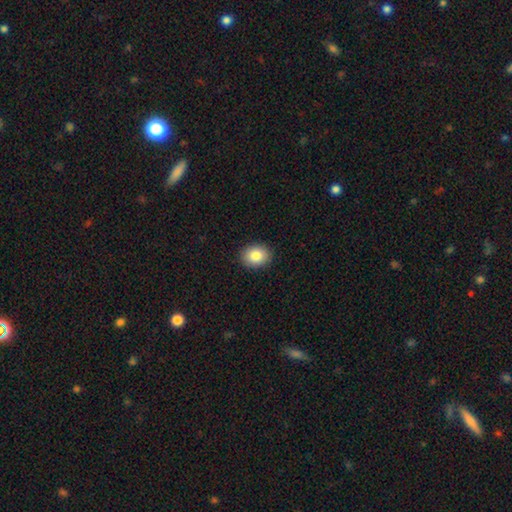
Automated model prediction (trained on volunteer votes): Smooth or featured? Predicted: smooth (p=0.85). How rounded? Predicted: in between (p=0.54). Merging? Predicted: none (p=0.91).